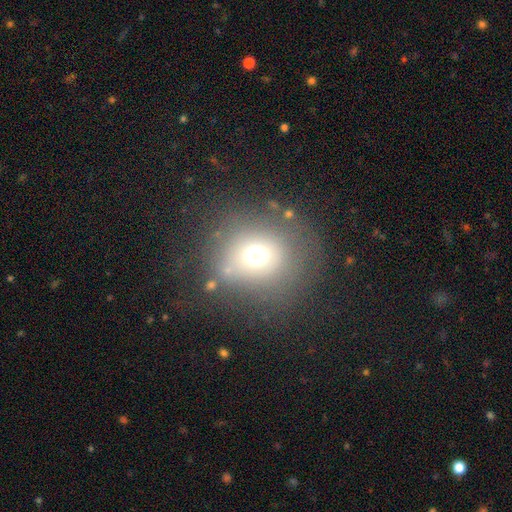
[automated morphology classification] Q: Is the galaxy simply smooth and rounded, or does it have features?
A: smooth — 66%.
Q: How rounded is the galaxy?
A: round — 84%.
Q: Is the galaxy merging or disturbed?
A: none — 69%.